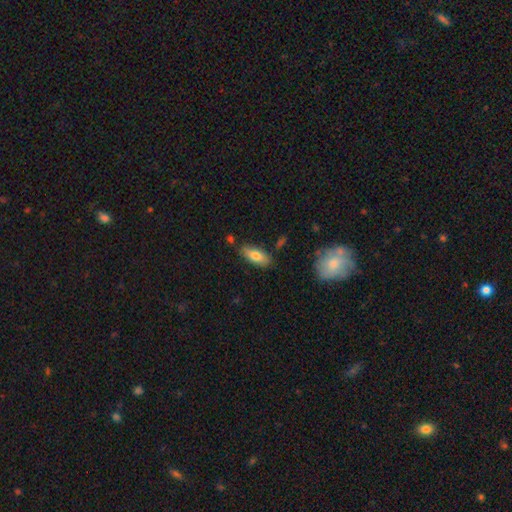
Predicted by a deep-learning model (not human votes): A smooth galaxy with no disk features (76%) that is in between round and cigar-shaped (78%).

Vote fractions:
- Smooth or featured? smooth: 76% / featured or disk: 18% / star or artifact: 6%
- How rounded? in between: 78% / cigar-shaped: 20% / round: 2%
- Merging? none: 79% / minor disturbance: 15% / merger: 3% / major disturbance: 3%